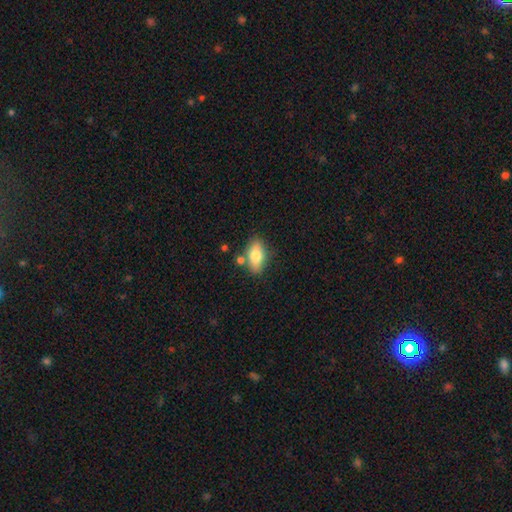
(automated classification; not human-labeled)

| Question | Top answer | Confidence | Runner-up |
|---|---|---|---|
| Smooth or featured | smooth | 75% | featured or disk (18%) |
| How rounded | in between | 87% | cigar-shaped (7%) |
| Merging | none | 74% | minor disturbance (14%) |